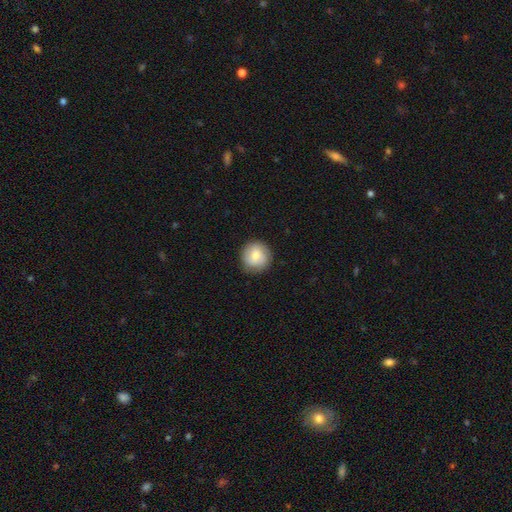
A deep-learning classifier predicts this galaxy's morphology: type=smooth (74%); roundness=round (94%); merging=none (86%).